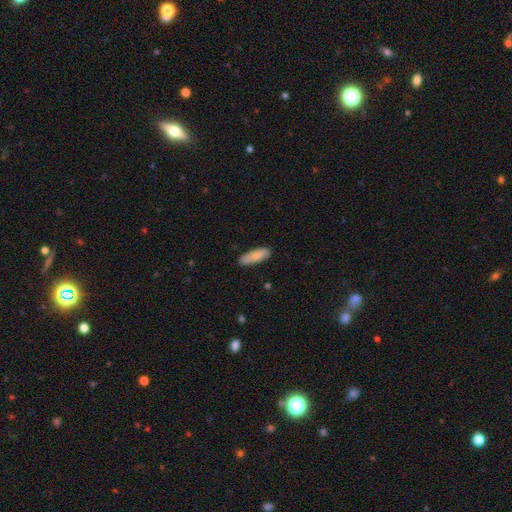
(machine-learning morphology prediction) Smooth or featured: smooth — 86% (featured or disk — 9%)
How rounded: in between — 55% (cigar-shaped — 44%)
Merging: none — 85% (minor disturbance — 12%)